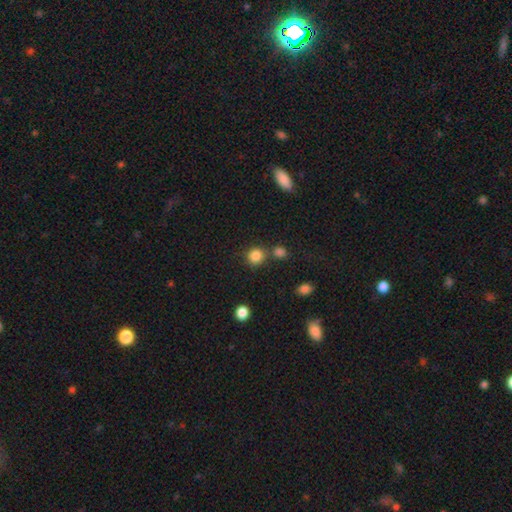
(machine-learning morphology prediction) A smooth galaxy with no disk features (84%) that is round (88%).

Vote fractions:
- Smooth or featured? smooth: 84% / star or artifact: 11% / featured or disk: 5%
- How rounded? round: 88% / in between: 11% / cigar-shaped: 1%
- Merging? none: 70% / merger: 16% / minor disturbance: 9% / major disturbance: 4%